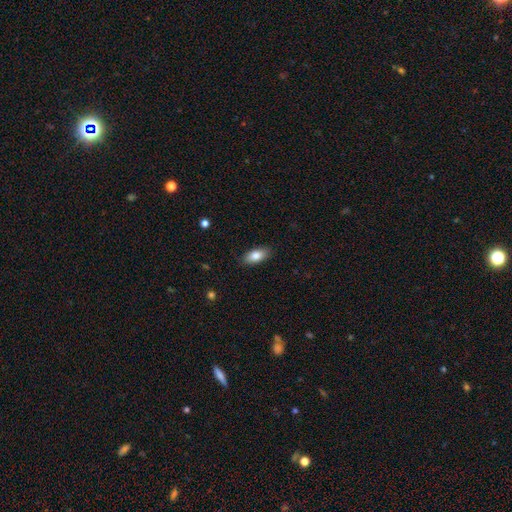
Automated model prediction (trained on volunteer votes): Smooth or featured?
  - smooth: 83% *
  - featured or disk: 10%
  - star or artifact: 7%
How rounded?
  - in between: 89% *
  - cigar-shaped: 7%
  - round: 3%
Merging?
  - none: 87% *
  - minor disturbance: 10%
  - major disturbance: 2%
  - merger: 1%